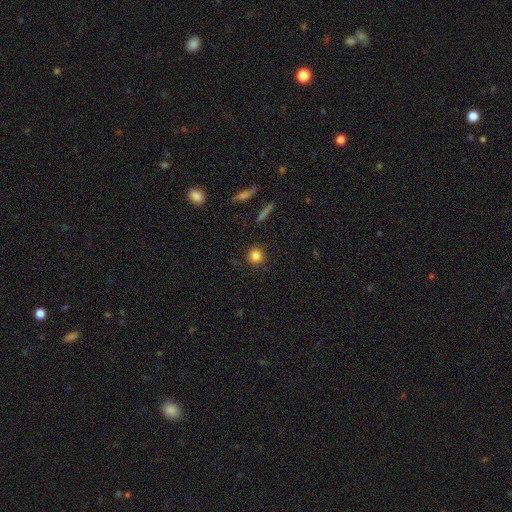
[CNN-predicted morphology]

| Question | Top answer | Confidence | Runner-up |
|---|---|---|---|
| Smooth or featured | smooth | 84% | star or artifact (11%) |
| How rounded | round | 92% | in between (7%) |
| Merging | none | 89% | minor disturbance (7%) |